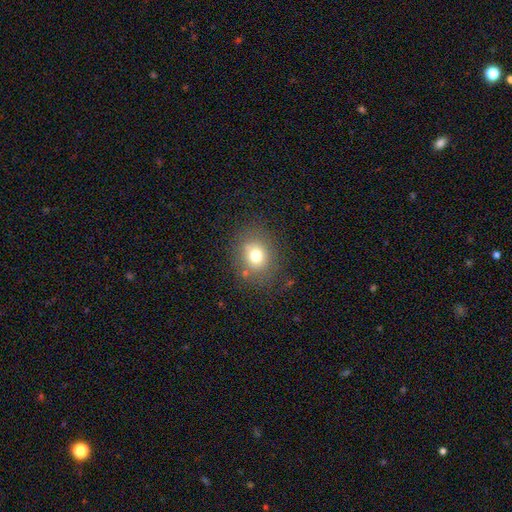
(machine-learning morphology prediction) smooth-or-featured: smooth: 72% | star or artifact: 14% | featured or disk: 14%
  how-rounded: round: 67% | in between: 32% | cigar-shaped: 1%
  merging: none: 77% | minor disturbance: 14% | major disturbance: 6% | merger: 3%